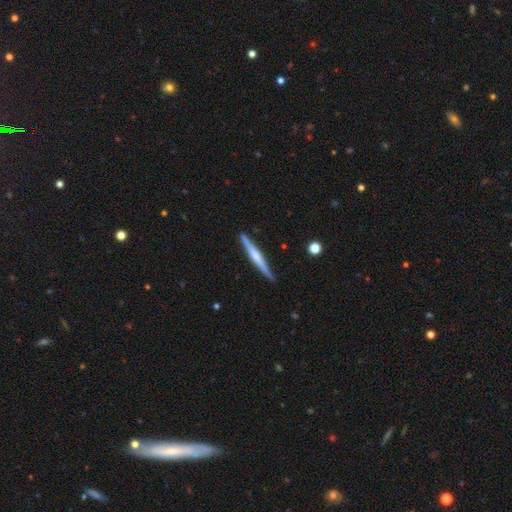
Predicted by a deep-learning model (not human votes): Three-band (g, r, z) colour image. It shows a featured or disk galaxy (66%) viewed edge-on (98%) with a rounded central bulge (57%). Merging: none (89%).